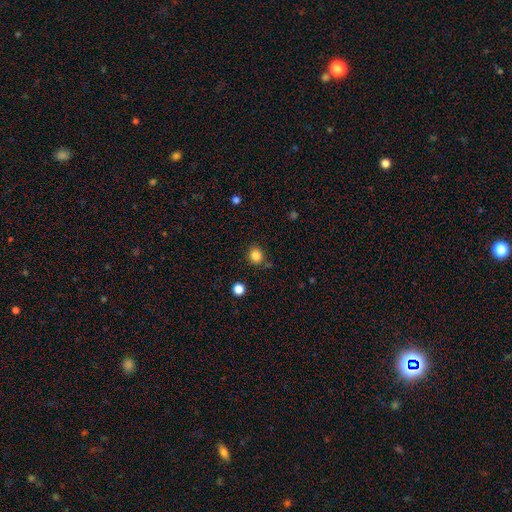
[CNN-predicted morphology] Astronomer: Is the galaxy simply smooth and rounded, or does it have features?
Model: smooth — 84%.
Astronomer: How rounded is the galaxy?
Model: round — 81%.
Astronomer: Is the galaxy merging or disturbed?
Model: none — 82%.